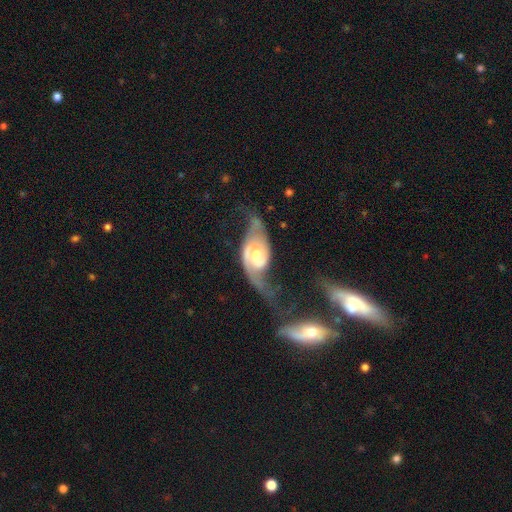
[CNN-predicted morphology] This is clearly a featured or disk galaxy (81%). It is clearly not viewed edge-on (94%). Bar: possibly no (58%). Spiral arm pattern: clearly yes (91%). Spiral arm count: likely 2 (70%). Spiral winding: marginally loose (44%). Central bulge: possibly moderate (55%). Merging: possibly major disturbance (46%).